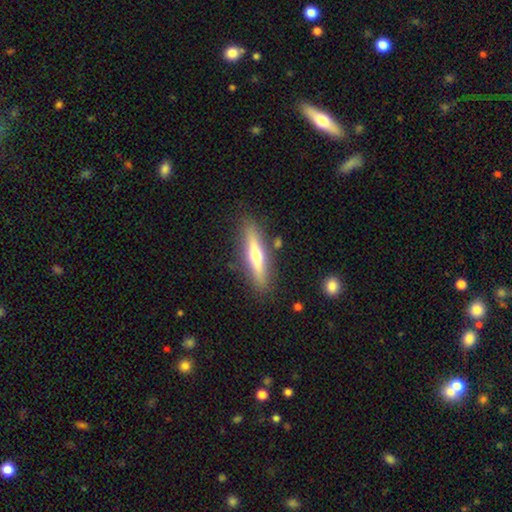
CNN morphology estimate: smooth-or-featured: featured or disk: 55% | smooth: 39% | star or artifact: 6%
  disk-edge-on: yes: 91% | no: 9%
  merging: none: 84% | minor disturbance: 10% | major disturbance: 3% | merger: 3%